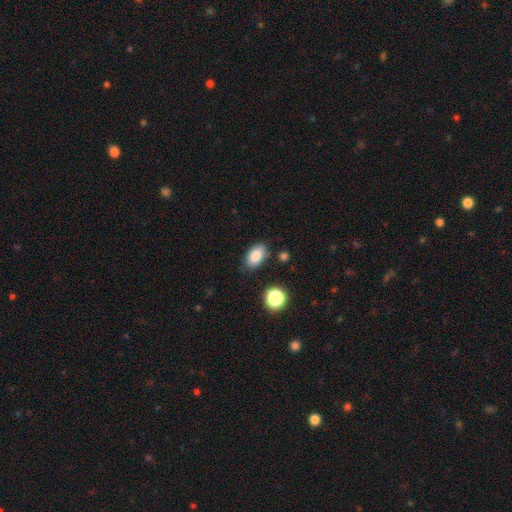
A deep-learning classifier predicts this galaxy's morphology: Smooth or featured? smooth (84%)
How rounded? in between (91%)
Merging? none (81%)